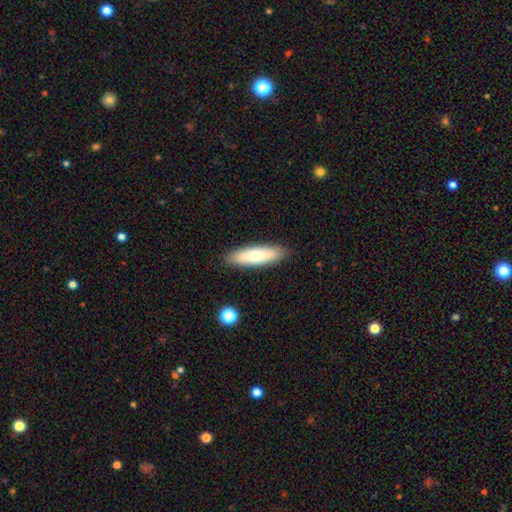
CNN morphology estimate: Smooth or featured: smooth — 69% (featured or disk — 24%)
How rounded: cigar-shaped — 56% (in between — 42%)
Merging: none — 89% (minor disturbance — 8%)